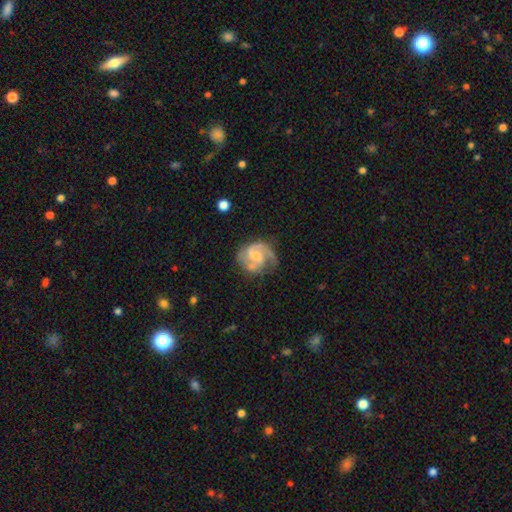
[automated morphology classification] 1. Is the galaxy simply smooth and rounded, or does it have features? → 86% featured or disk, 9% smooth, 5% star or artifact.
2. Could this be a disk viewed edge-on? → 98% no, 2% yes.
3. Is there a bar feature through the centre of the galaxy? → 53% weak, 34% no, 13% strong.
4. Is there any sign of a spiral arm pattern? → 97% yes, 3% no.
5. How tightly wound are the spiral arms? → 52% medium, 32% tight, 16% loose.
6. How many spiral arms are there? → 77% 2, 8% 3, 6% 1, 6% can't tell, 2% 4, 1% more than 4.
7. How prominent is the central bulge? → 49% moderate, 33% small, 11% none, 7% large, 1% dominant.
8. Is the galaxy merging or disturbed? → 65% none, 21% minor disturbance, 11% major disturbance, 4% merger.